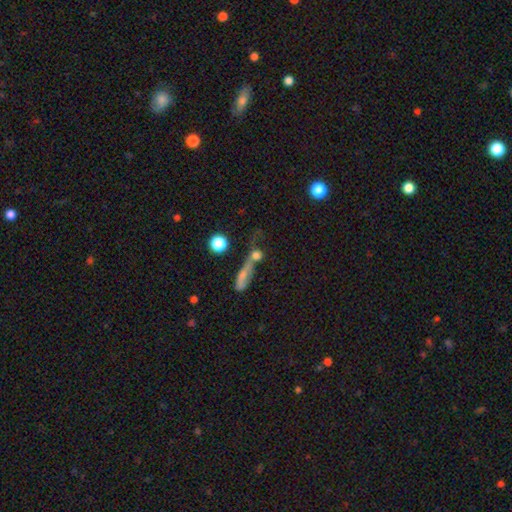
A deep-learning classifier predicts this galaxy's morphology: A smooth galaxy with no disk features (61%) that is round (56%). Merging: merger (40%).